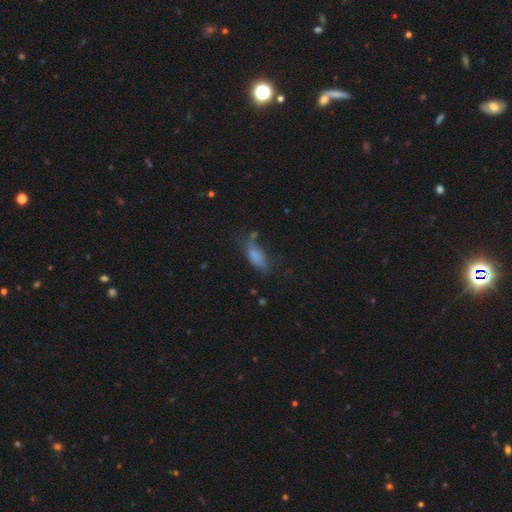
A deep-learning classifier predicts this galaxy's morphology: Q: Smooth or featured?
A: smooth (76%); runner-up: featured or disk (14%)
Q: How rounded?
A: in between (72%); runner-up: cigar-shaped (25%)
Q: Merging?
A: none (47%); runner-up: minor disturbance (29%)